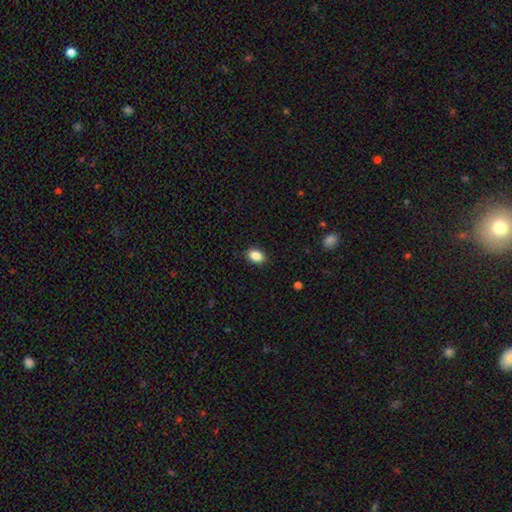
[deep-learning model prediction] Smooth or featured: smooth — 87% (star or artifact — 9%)
How rounded: in between — 78% (round — 21%)
Merging: none — 89% (minor disturbance — 8%)